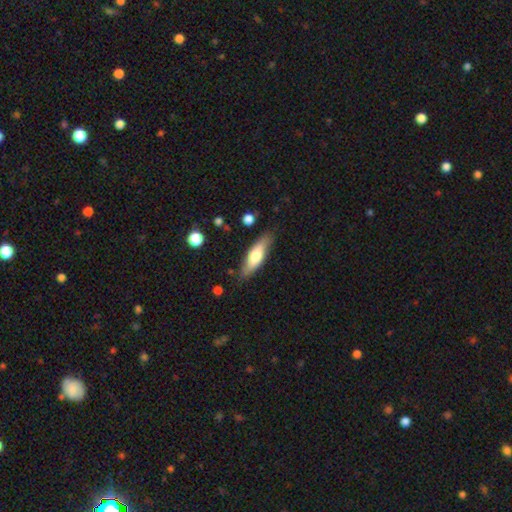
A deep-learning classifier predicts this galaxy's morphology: smooth-or-featured: smooth: 62% | featured or disk: 33% | star or artifact: 5%
  how-rounded: in between: 50% | cigar-shaped: 48% | round: 2%
  merging: none: 82% | minor disturbance: 14% | major disturbance: 3% | merger: 2%